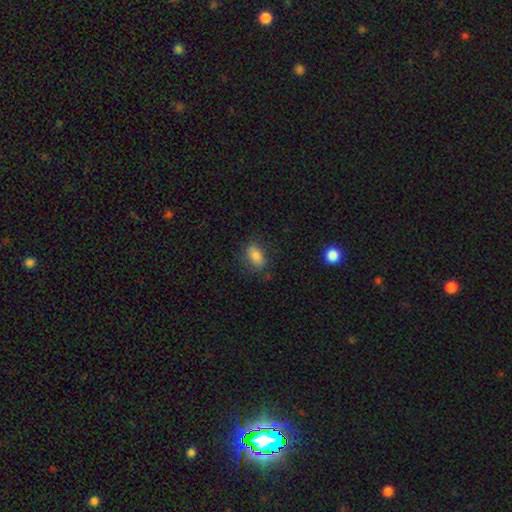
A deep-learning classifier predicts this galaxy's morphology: smooth-or-featured: smooth: 82% | featured or disk: 9% | star or artifact: 9%
  how-rounded: in between: 87% | round: 11% | cigar-shaped: 2%
  merging: none: 77% | minor disturbance: 16% | major disturbance: 6% | merger: 1%